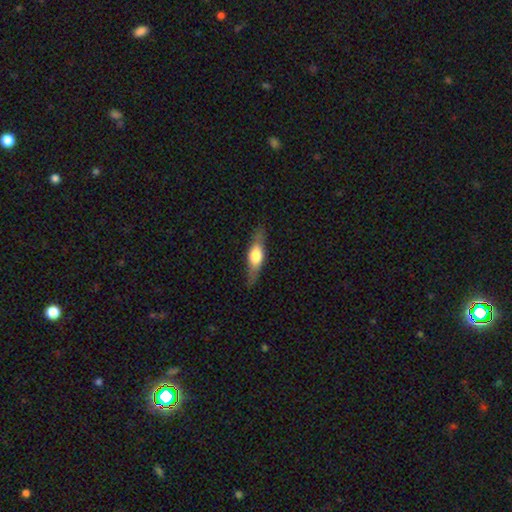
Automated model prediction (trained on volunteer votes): A smooth galaxy with no disk features (48%).

Vote fractions:
- Smooth or featured? smooth: 48% / featured or disk: 46% / star or artifact: 6%
- Merging? none: 81% / minor disturbance: 14% / major disturbance: 4% / merger: 1%